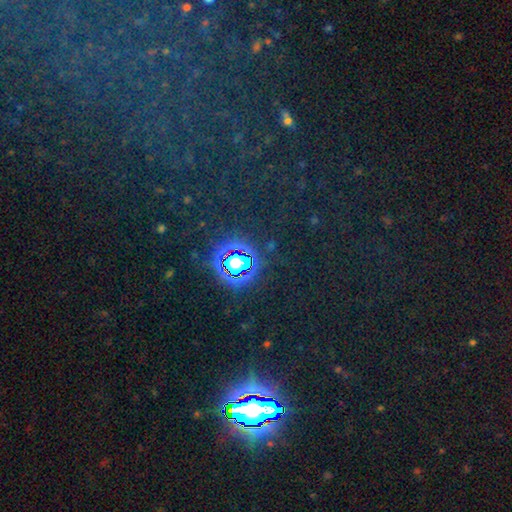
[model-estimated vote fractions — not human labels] A star or artifact, not a galaxy (77%).